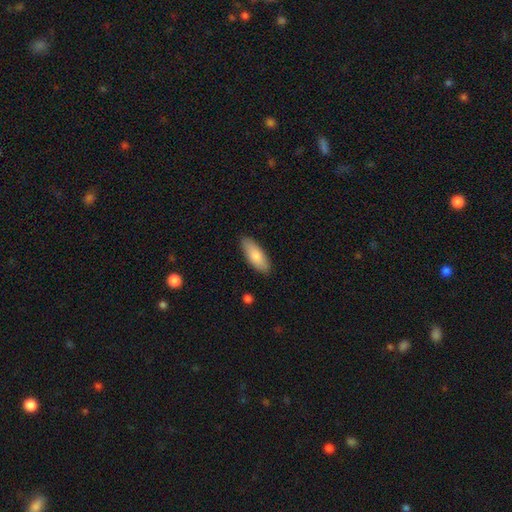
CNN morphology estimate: A smooth galaxy with no disk features (81%) that is in between round and cigar-shaped (75%). Merging: none (87%).